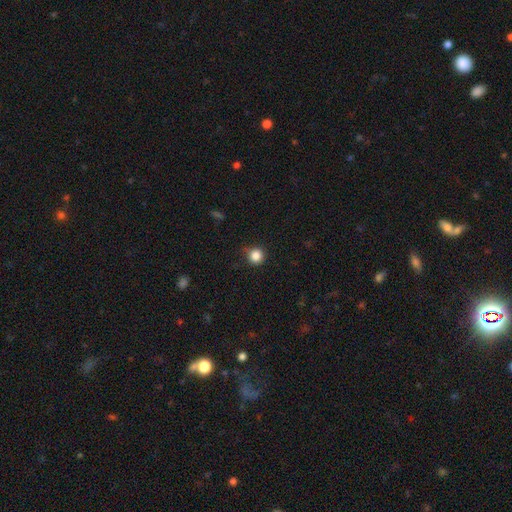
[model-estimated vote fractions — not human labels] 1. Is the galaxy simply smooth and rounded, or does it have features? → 85% smooth, 12% star or artifact, 4% featured or disk.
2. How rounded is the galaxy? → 95% round, 4% in between, 1% cigar-shaped.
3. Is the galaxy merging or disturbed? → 82% none, 13% minor disturbance, 3% major disturbance, 2% merger.